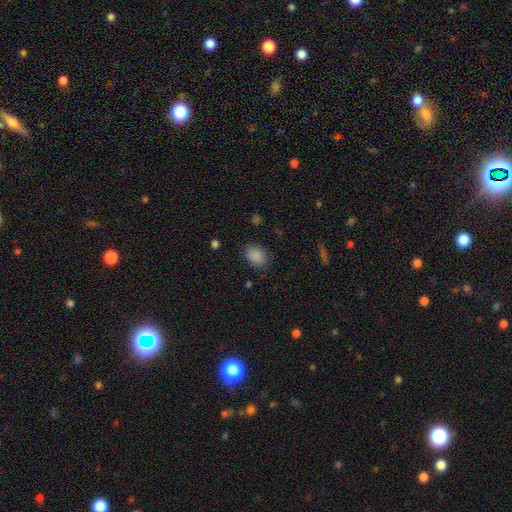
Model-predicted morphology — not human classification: Smooth or featured?
  - smooth: 87% *
  - star or artifact: 10%
  - featured or disk: 3%
How rounded?
  - in between: 59% *
  - round: 40%
  - cigar-shaped: 1%
Merging?
  - none: 83% *
  - minor disturbance: 13%
  - major disturbance: 3%
  - merger: 1%